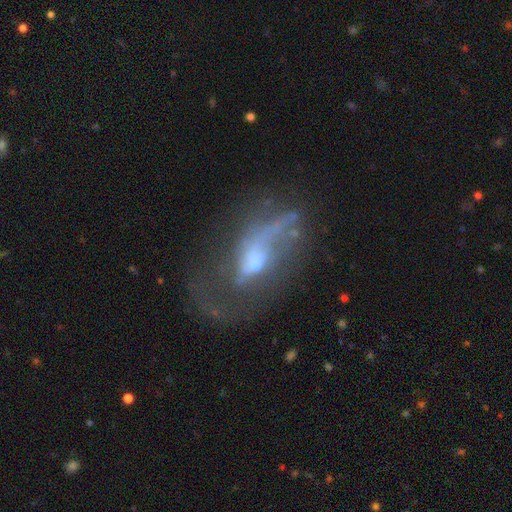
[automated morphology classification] A featured or disk galaxy (67%) with no bar (66%), spiral arms (55%) and a small central bulge (56%).

Vote fractions:
- Smooth or featured? featured or disk: 67% / smooth: 21% / star or artifact: 12%
- Edge-on disk? no: 89% / yes: 11%
- Bar? no: 66% / weak: 26% / strong: 8%
- Spiral arms? yes: 55% / no: 45%
- Bulge size? small: 56% / moderate: 27% / none: 12% / large: 3% / dominant: 2%
- Merging? major disturbance: 41% / none: 33% / minor disturbance: 19% / merger: 7%